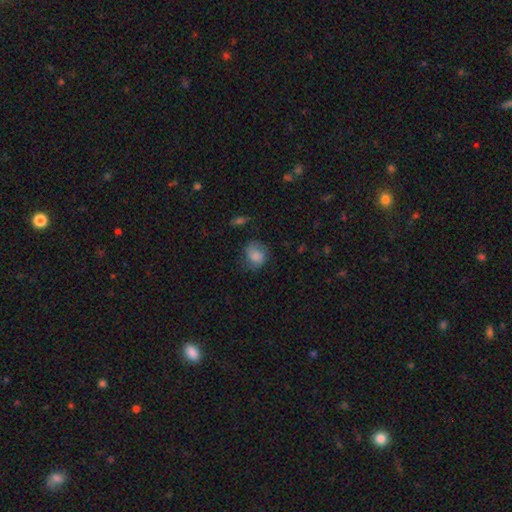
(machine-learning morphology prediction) smooth-or-featured: smooth: 69% | featured or disk: 22% | star or artifact: 9%
  how-rounded: round: 69% | in between: 30% | cigar-shaped: 1%
  merging: none: 60% | minor disturbance: 26% | major disturbance: 12% | merger: 2%